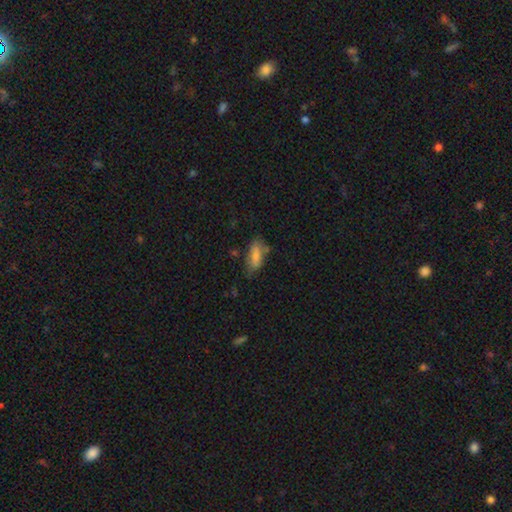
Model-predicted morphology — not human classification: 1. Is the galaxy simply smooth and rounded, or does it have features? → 75% smooth, 17% featured or disk, 7% star or artifact.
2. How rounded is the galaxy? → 73% in between, 24% cigar-shaped, 3% round.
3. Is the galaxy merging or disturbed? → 59% none, 26% minor disturbance, 8% major disturbance, 7% merger.